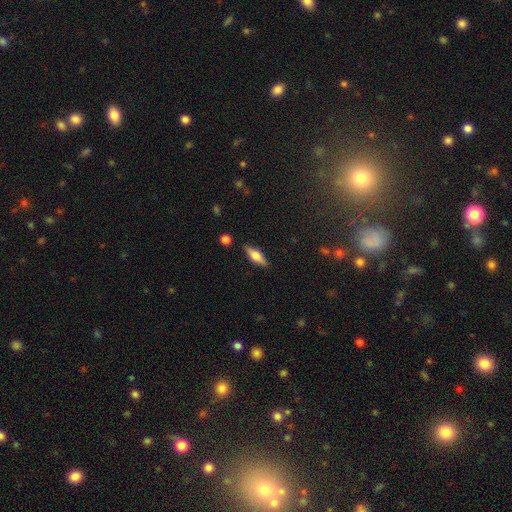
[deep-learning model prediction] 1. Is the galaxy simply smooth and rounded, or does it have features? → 51% smooth, 42% featured or disk, 7% star or artifact.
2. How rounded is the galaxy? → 50% in between, 47% cigar-shaped, 3% round.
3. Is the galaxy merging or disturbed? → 86% none, 10% minor disturbance, 2% major disturbance, 2% merger.